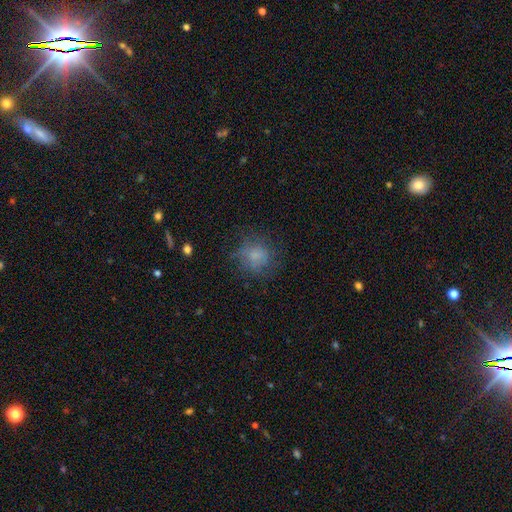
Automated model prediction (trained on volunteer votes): Q: Smooth or featured?
A: smooth (71%); runner-up: featured or disk (16%)
Q: How rounded?
A: round (82%); runner-up: in between (17%)
Q: Merging?
A: none (65%); runner-up: minor disturbance (20%)